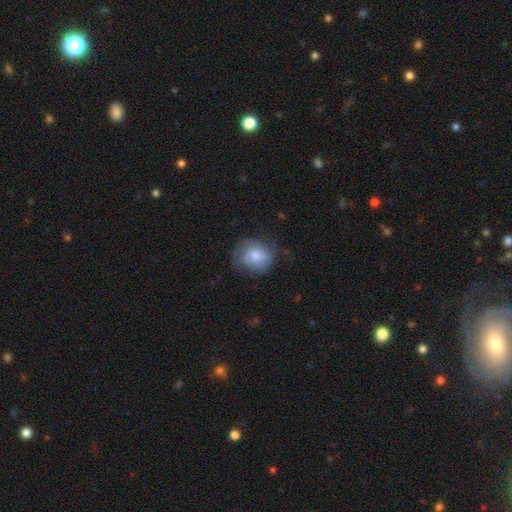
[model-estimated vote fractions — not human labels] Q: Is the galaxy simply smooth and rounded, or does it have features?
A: smooth — 69%.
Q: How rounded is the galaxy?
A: round — 77%.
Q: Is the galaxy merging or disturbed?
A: none — 64%.